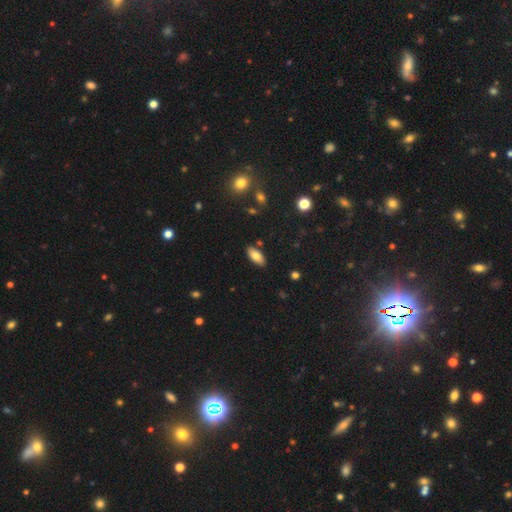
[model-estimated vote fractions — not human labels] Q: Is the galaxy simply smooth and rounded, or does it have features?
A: smooth — 79%.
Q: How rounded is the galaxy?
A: in between — 88%.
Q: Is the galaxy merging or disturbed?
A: none — 85%.